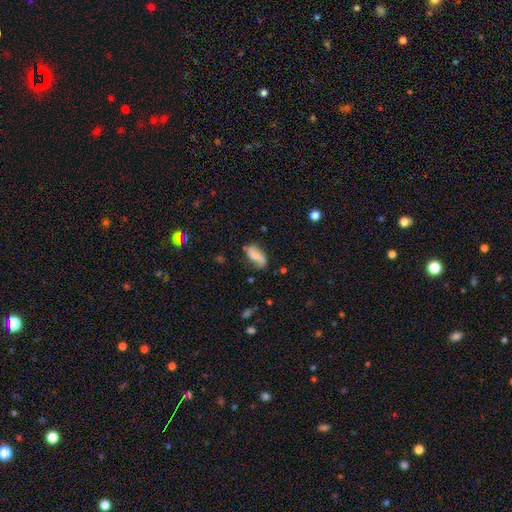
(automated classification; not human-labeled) Overall: smooth (50%; featured or disk 42%). Merging: none (65%).